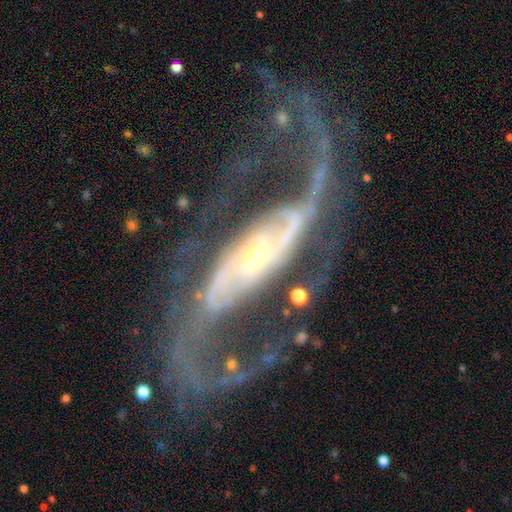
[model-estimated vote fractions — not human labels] featured or disk 92%, star or artifact 5%, smooth 3%. Down the decision tree: edge-on disk — no (95%); bar — strong (47%); spiral arms — yes (97%); spiral arm count — 2 (93%); spiral winding — loose (46%); bulge size — small (64%); merging — none (69%).